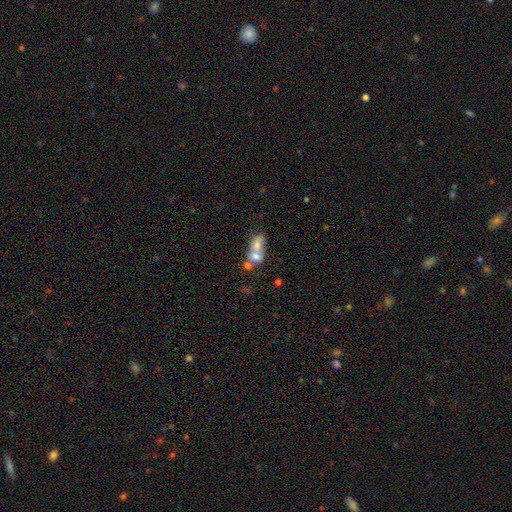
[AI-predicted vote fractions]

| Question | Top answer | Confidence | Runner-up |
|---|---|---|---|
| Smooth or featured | smooth | 59% | featured or disk (29%) |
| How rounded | in between | 61% | round (35%) |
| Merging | merger | 68% | none (19%) |